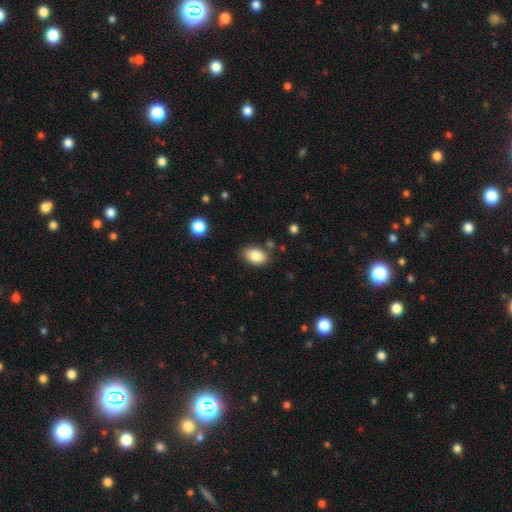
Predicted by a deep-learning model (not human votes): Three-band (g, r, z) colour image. It shows a smooth galaxy with no disk features (85%) that is in between round and cigar-shaped (87%). Merging: none (80%).